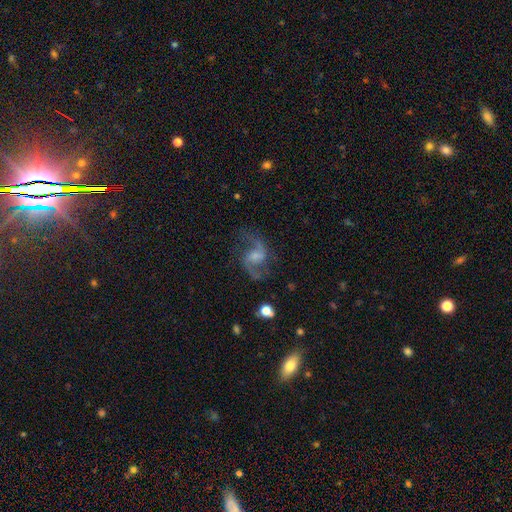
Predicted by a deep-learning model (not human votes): Morphology: type=featured or disk (87%); edge-on=no (98%); bar=weak (50%); spiral arms=yes (97%); winding=loose (52%); arm count=2 (93%); bulge=small (39%); merging=none (75%).